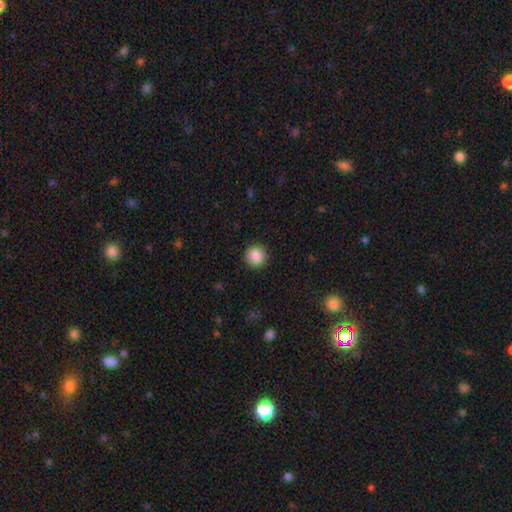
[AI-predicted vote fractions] smooth_or_featured: smooth (p=0.87) [alt: star or artifact p=0.09]
how_rounded: round (p=0.93) [alt: in between p=0.06]
merging: none (p=0.91) [alt: minor disturbance p=0.06]